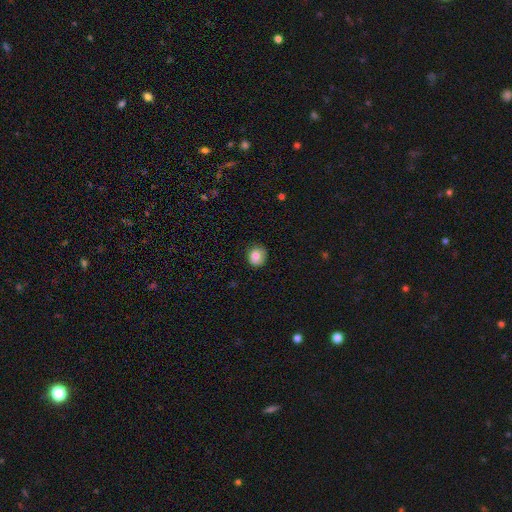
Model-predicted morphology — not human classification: smooth 81%, featured or disk 10%, star or artifact 9%. Down the decision tree: how rounded — round (83%); merging — none (79%).